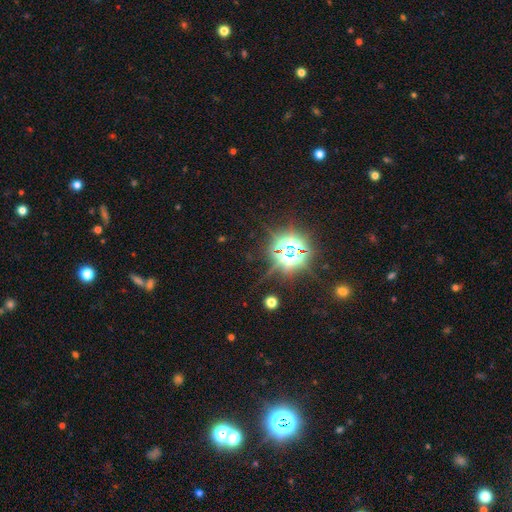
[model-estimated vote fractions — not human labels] This is likely a star or artifact rather than a galaxy (80%).